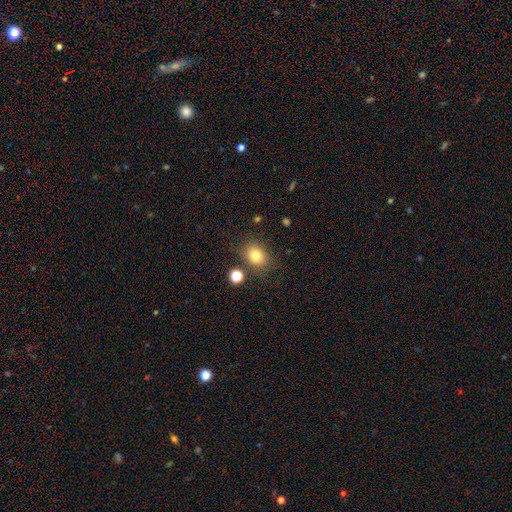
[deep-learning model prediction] A smooth galaxy with no disk features (79%) that is round (58%).

Vote fractions:
- Smooth or featured? smooth: 79% / star or artifact: 13% / featured or disk: 8%
- How rounded? round: 58% / in between: 41% / cigar-shaped: 1%
- Merging? none: 80% / minor disturbance: 11% / merger: 5% / major disturbance: 4%